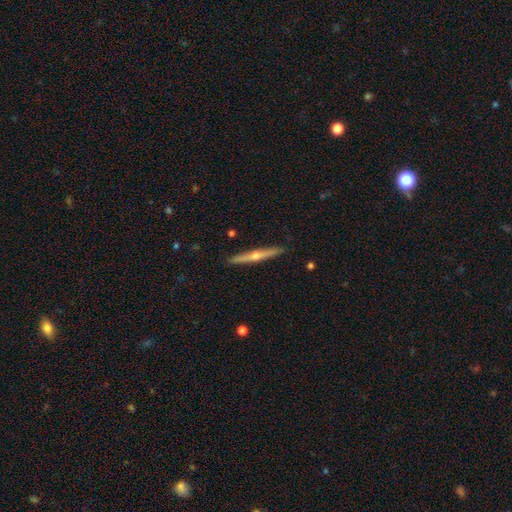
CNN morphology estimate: This is likely a featured or disk galaxy (72%). It is clearly viewed edge-on (97%). Edge-on bulge: clearly rounded (85%). Merging: clearly none (90%).